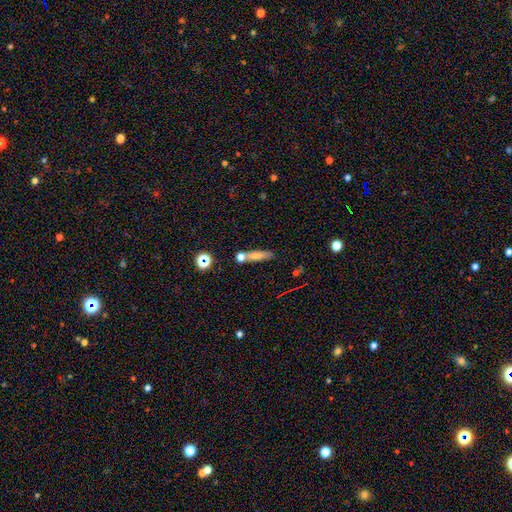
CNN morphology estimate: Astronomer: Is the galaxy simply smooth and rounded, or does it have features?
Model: smooth — 67%.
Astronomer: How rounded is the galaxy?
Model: cigar-shaped — 71%.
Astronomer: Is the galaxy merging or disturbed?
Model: none — 61%.